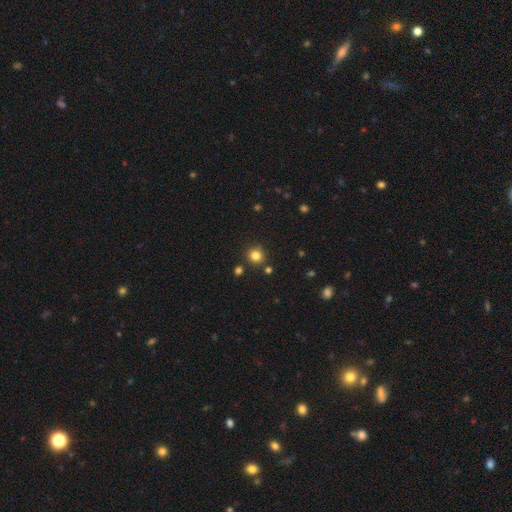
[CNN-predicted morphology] A smooth galaxy with no disk features (82%) that is round (92%). Merging: none (87%).